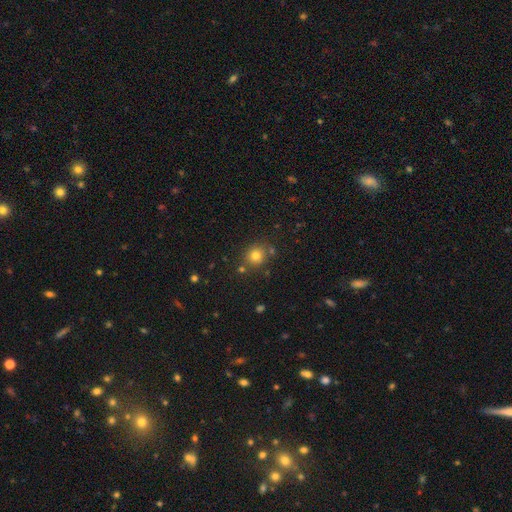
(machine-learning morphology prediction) smooth-or-featured: smooth: 78% | star or artifact: 15% | featured or disk: 8%
  how-rounded: round: 86% | in between: 13% | cigar-shaped: 1%
  merging: none: 78% | minor disturbance: 10% | merger: 9% | major disturbance: 3%